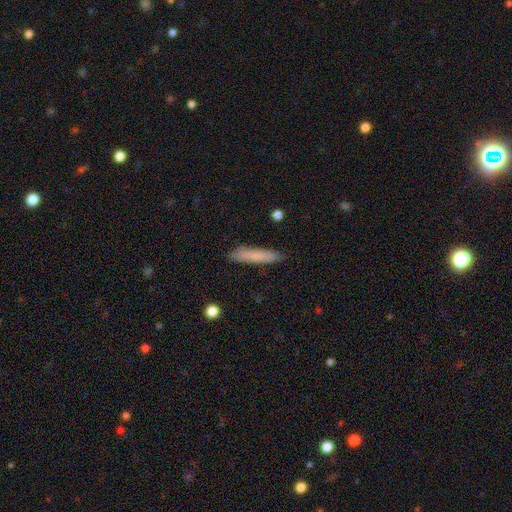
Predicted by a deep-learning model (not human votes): Smooth or featured: smooth — 78% (featured or disk — 15%)
How rounded: cigar-shaped — 91% (in between — 8%)
Merging: none — 87% (minor disturbance — 10%)